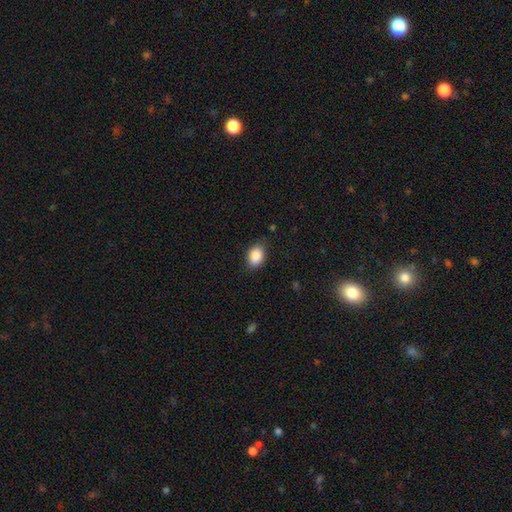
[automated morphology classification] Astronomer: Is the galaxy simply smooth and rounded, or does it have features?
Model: smooth — 88%.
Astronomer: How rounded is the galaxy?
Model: in between — 79%.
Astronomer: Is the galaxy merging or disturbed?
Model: none — 82%.